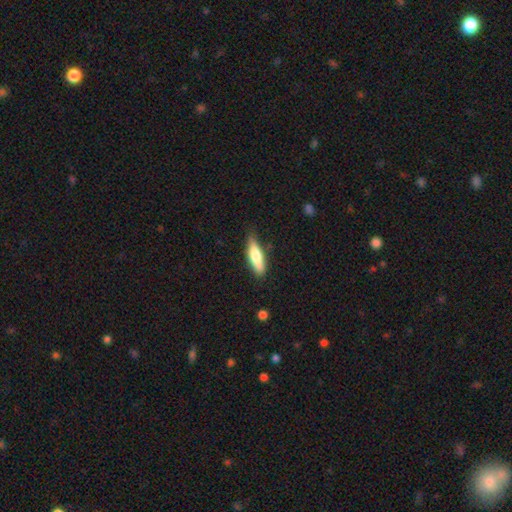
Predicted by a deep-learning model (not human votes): A smooth galaxy with no disk features (71%) that is cigar-shaped (61%).

Vote fractions:
- Smooth or featured? smooth: 71% / featured or disk: 23% / star or artifact: 6%
- How rounded? cigar-shaped: 61% / in between: 37% / round: 2%
- Merging? none: 75% / minor disturbance: 20% / major disturbance: 4% / merger: 2%